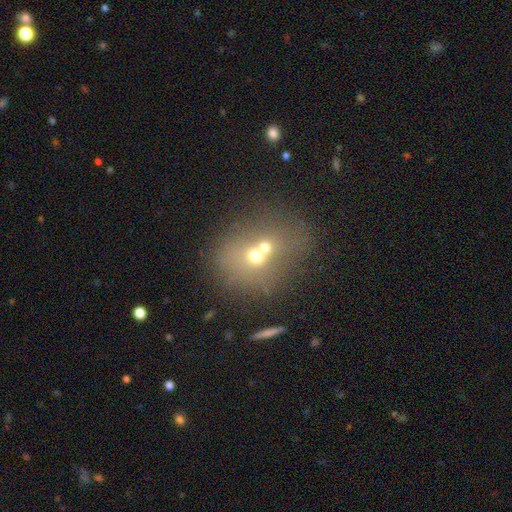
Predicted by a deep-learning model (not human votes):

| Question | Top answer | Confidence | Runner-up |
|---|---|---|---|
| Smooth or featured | smooth | 55% | featured or disk (28%) |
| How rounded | round | 71% | in between (28%) |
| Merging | merger | 63% | none (26%) |